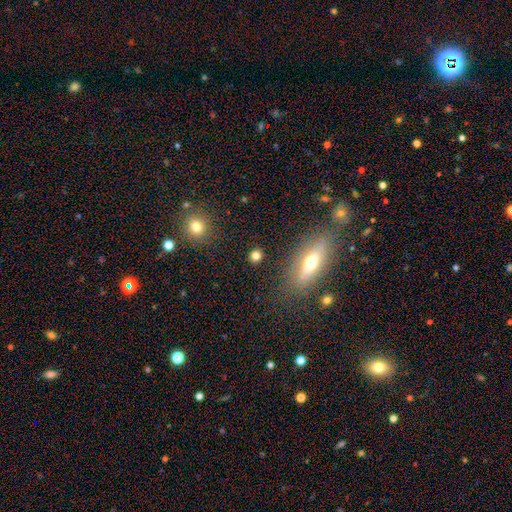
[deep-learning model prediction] A smooth galaxy with no disk features (78%) that is round (74%). Merging: none (87%).